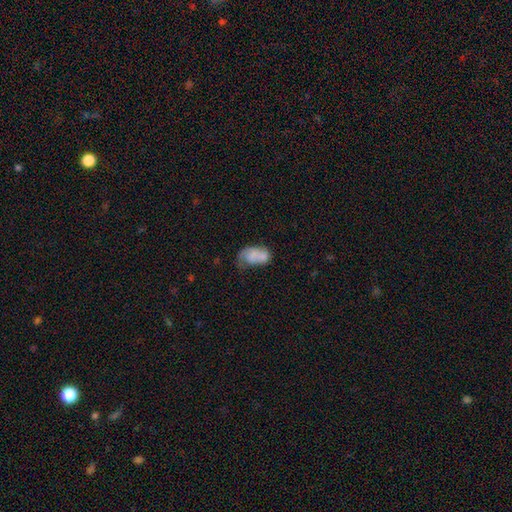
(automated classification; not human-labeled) Smooth or featured? Predicted: smooth (p=0.65). How rounded? Predicted: in between (p=0.89). Merging? Predicted: minor disturbance (p=0.29, tied with none).